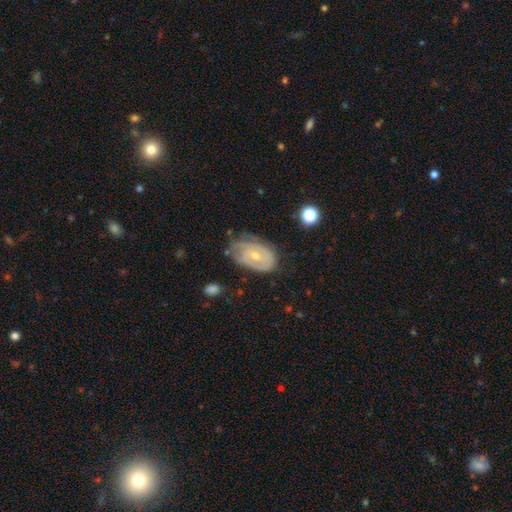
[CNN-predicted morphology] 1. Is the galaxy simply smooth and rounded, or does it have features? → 72% featured or disk, 21% smooth, 7% star or artifact.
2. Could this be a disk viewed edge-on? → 96% no, 4% yes.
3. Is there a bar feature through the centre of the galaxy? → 59% no, 34% weak, 7% strong.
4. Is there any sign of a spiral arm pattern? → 82% yes, 18% no.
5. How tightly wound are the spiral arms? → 60% tight, 30% medium, 10% loose.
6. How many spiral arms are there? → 40% can't tell, 37% 2, 10% 3, 9% 1, 3% 4, 2% more than 4.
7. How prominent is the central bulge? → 55% small, 42% moderate, 2% none, 1% large, 1% dominant.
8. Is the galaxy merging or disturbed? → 51% none, 33% minor disturbance, 14% major disturbance, 2% merger.